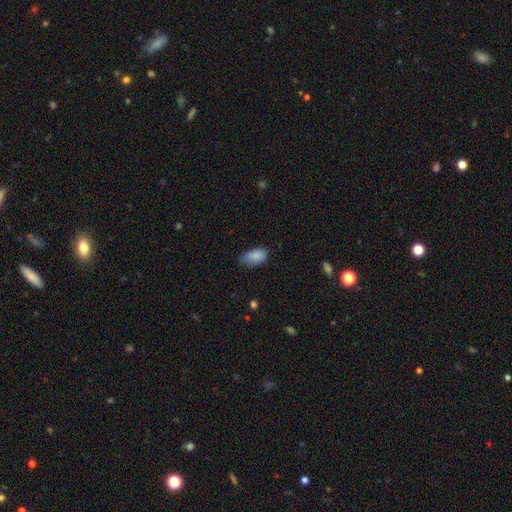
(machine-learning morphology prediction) This appears to be a smooth galaxy with no disk features (87%) that is in between round and cigar-shaped (93%). Merging: none (54%).